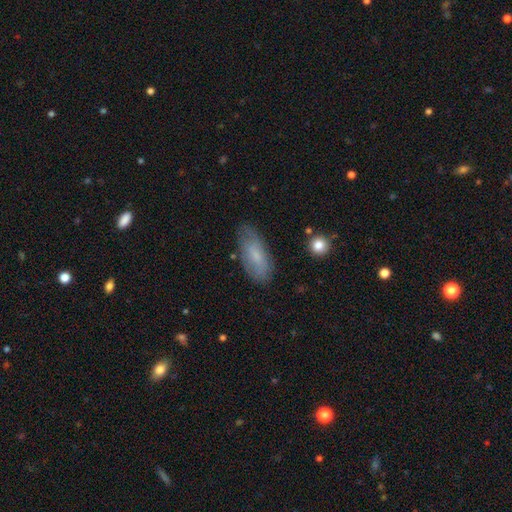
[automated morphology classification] Smooth or featured?
  - smooth: 65% *
  - featured or disk: 28%
  - star or artifact: 7%
How rounded?
  - in between: 80% *
  - cigar-shaped: 18%
  - round: 2%
Merging?
  - none: 74% *
  - minor disturbance: 20%
  - major disturbance: 4%
  - merger: 2%